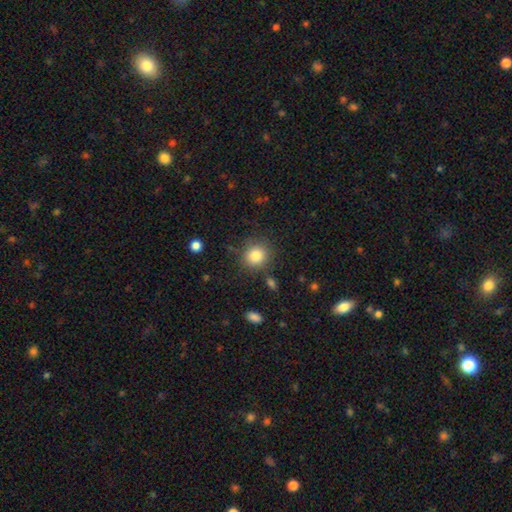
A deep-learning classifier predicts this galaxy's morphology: Smooth or featured? smooth (84%)
How rounded? round (87%)
Merging? none (83%)